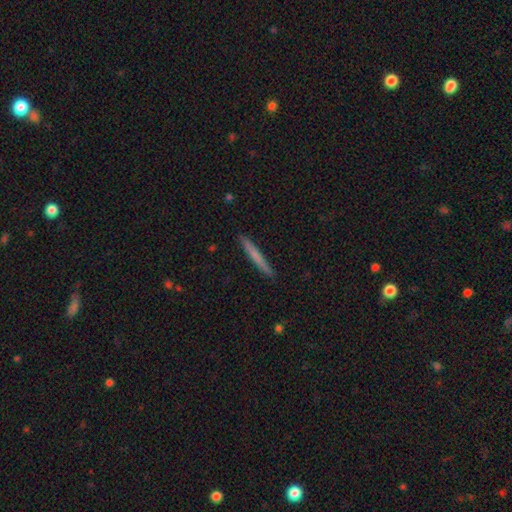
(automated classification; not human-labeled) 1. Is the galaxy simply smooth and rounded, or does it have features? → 66% smooth, 29% featured or disk, 5% star or artifact.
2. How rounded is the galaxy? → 97% cigar-shaped, 2% in between, 1% round.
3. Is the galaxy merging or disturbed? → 92% none, 6% minor disturbance, 1% major disturbance, 1% merger.